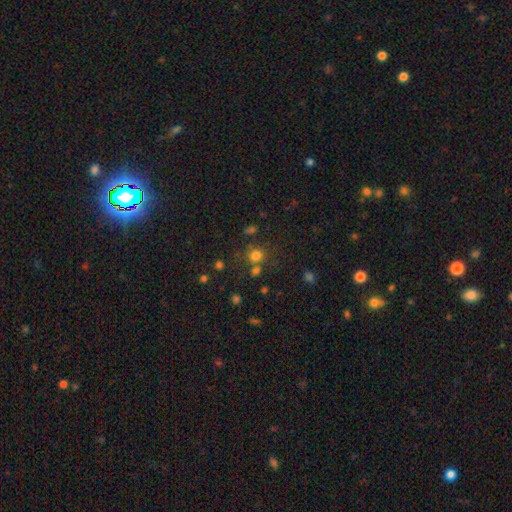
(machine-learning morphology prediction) smooth_or_featured: smooth (p=0.74) [alt: star or artifact p=0.19]
how_rounded: round (p=0.88) [alt: in between p=0.11]
merging: none (p=0.69) [alt: merger p=0.17]